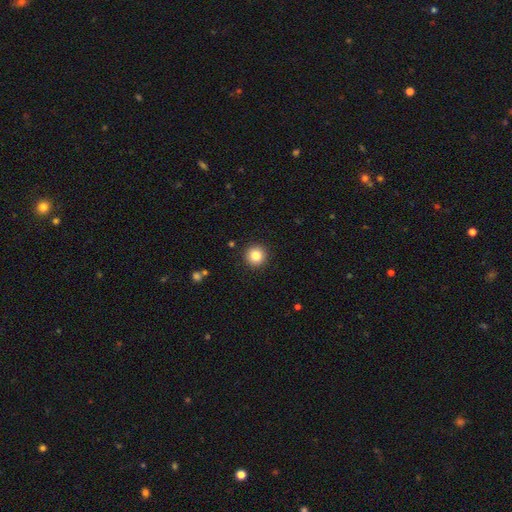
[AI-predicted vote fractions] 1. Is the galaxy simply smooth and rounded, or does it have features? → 84% smooth, 10% star or artifact, 6% featured or disk.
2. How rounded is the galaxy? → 96% round, 3% in between, 1% cigar-shaped.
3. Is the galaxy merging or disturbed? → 92% none, 5% minor disturbance, 2% major disturbance, 1% merger.